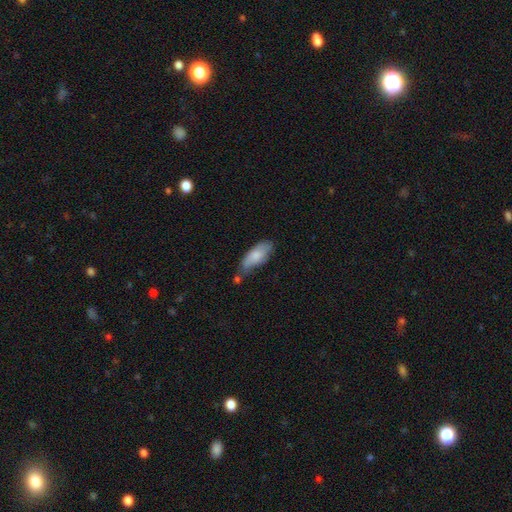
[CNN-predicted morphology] smooth-or-featured: smooth: 78% | featured or disk: 16% | star or artifact: 6%
  how-rounded: in between: 81% | cigar-shaped: 17% | round: 2%
  merging: none: 39% | minor disturbance: 37% | merger: 13% | major disturbance: 12%